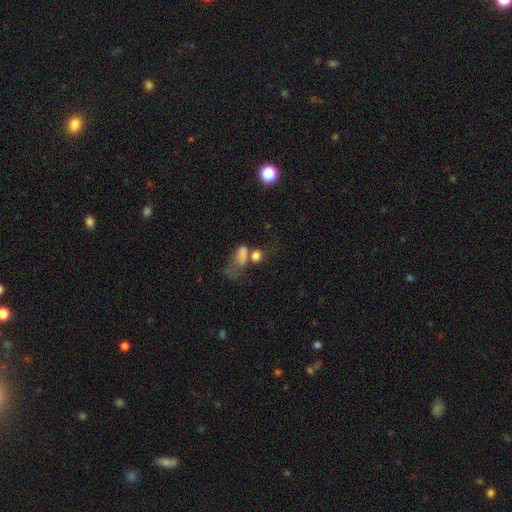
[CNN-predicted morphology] Overall: smooth (71%). How rounded: in between (67%; round 29%). Merging: merger (40%; major disturbance 27%).